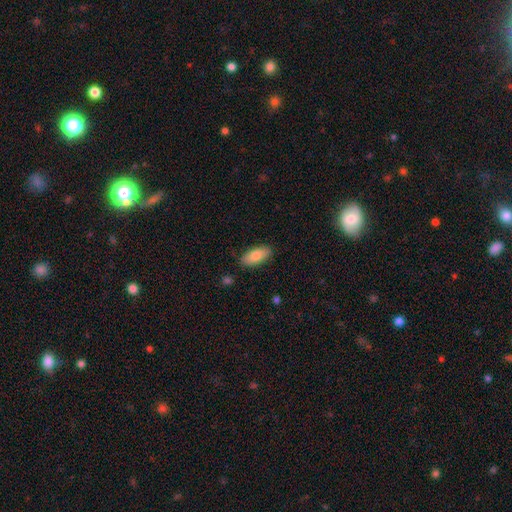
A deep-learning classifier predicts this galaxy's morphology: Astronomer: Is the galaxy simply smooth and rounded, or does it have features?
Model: smooth — 84%.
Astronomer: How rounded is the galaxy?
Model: in between — 85%.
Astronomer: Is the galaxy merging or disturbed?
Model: none — 87%.